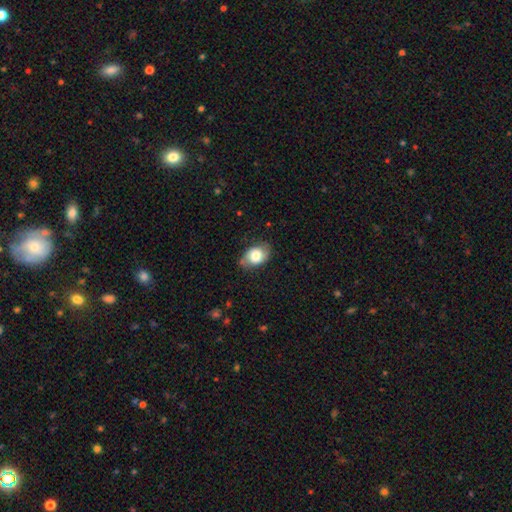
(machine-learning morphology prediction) A smooth galaxy with no disk features (68%) that is in between round and cigar-shaped (78%). Merging: none (69%).